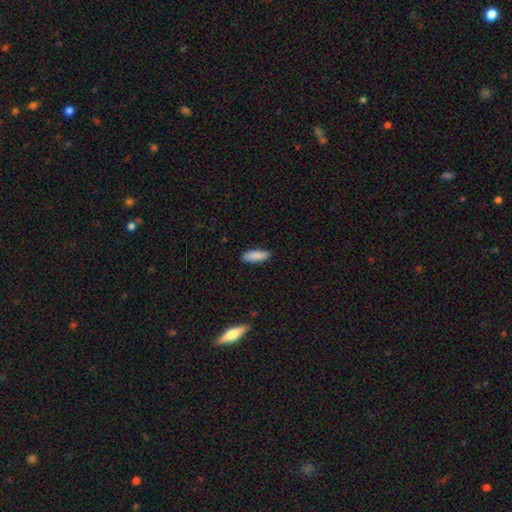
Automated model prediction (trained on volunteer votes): This appears to be a smooth galaxy with no disk features (89%) that is in between round and cigar-shaped (55%). Merging: none (89%).